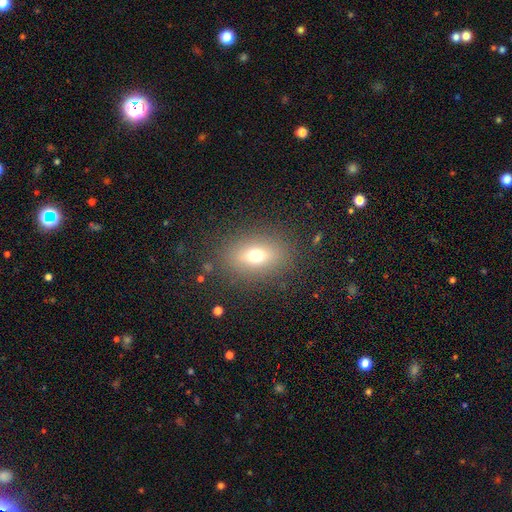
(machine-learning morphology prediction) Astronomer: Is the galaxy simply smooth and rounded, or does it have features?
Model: smooth — 67%.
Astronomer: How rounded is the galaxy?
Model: in between — 72%.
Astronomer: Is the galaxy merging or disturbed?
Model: none — 84%.